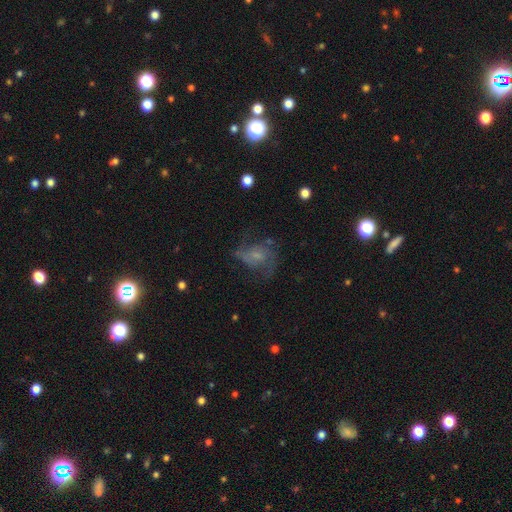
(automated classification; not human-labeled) A featured or disk galaxy (59%) with no bar (64%), spiral arms (74%) and a small central bulge (50%).

Vote fractions:
- Smooth or featured? featured or disk: 59% / smooth: 27% / star or artifact: 14%
- Edge-on disk? no: 97% / yes: 3%
- Bar? no: 64% / weak: 31% / strong: 5%
- Spiral arms? yes: 74% / no: 26%
- Bulge size? small: 50% / none: 26% / moderate: 20% / large: 3% / dominant: 1%
- Merging? none: 44% / major disturbance: 32% / minor disturbance: 21% / merger: 3%